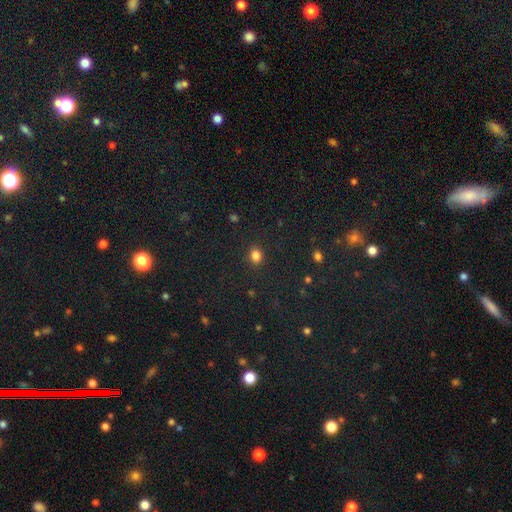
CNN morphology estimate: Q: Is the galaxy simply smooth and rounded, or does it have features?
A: smooth — 83%.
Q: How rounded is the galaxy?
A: round — 56%.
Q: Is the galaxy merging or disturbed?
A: none — 88%.